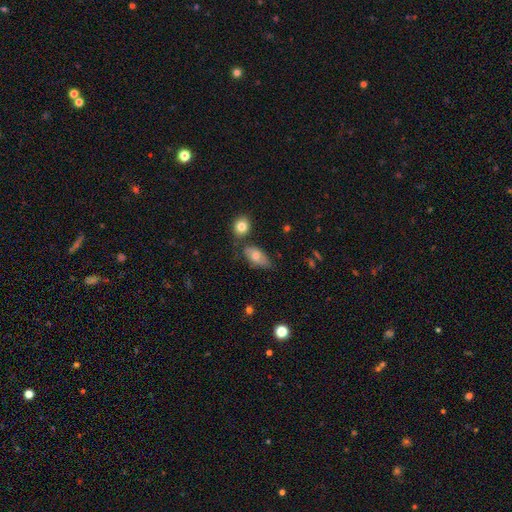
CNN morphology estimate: A smooth galaxy with no disk features (62%) that is in between round and cigar-shaped (90%). Merging: none (53%).